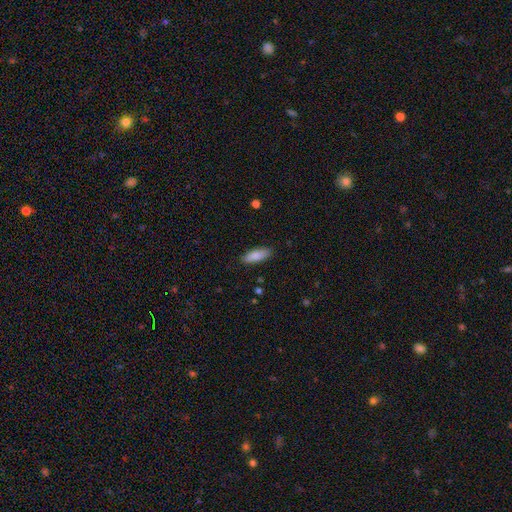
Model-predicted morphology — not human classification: The model was most divided on "how rounded": in between: 60%, cigar-shaped: 39%, round: 2%. More confident: merging — none (88%); smooth or featured — smooth (87%).